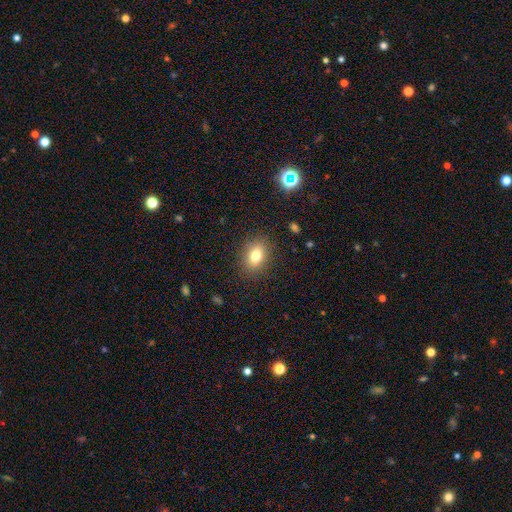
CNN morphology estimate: This is likely a smooth galaxy (79%). How rounded: likely in between (74%). Merging: clearly none (86%).